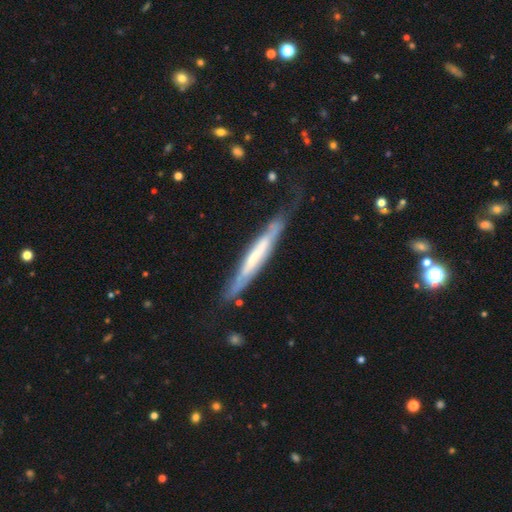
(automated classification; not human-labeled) Smooth or featured? featured or disk (64%)
Edge-on disk? yes (80%)
Edge-on bulge? none (62%)
Merging? none (58%)